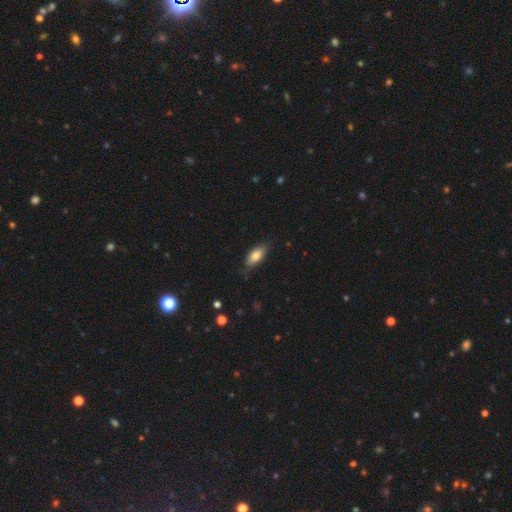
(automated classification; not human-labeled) Smooth or featured? smooth (77%)
How rounded? in between (81%)
Merging? none (77%)